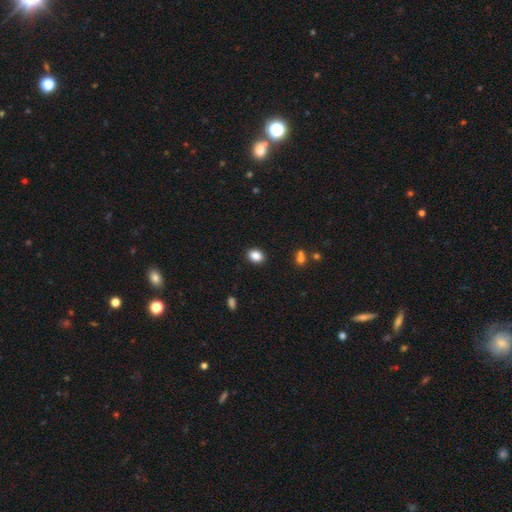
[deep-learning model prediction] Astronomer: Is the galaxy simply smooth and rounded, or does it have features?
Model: smooth — 87%.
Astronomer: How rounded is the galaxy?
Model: in between — 69%.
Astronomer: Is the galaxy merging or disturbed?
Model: none — 88%.